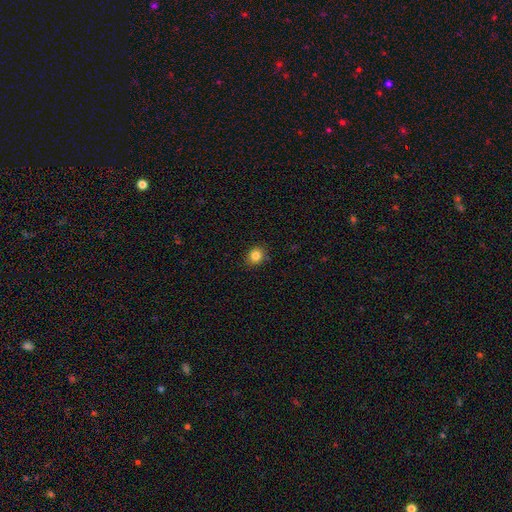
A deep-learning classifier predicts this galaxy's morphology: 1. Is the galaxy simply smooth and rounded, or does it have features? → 84% smooth, 11% star or artifact, 5% featured or disk.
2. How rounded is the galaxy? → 75% round, 25% in between, 1% cigar-shaped.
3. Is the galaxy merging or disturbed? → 87% none, 10% minor disturbance, 2% major disturbance, 1% merger.